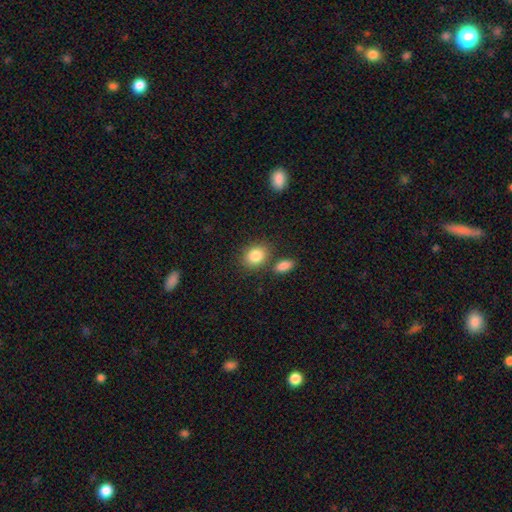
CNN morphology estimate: Smooth or featured? smooth (85%)
How rounded? in between (51%)
Merging? none (72%)